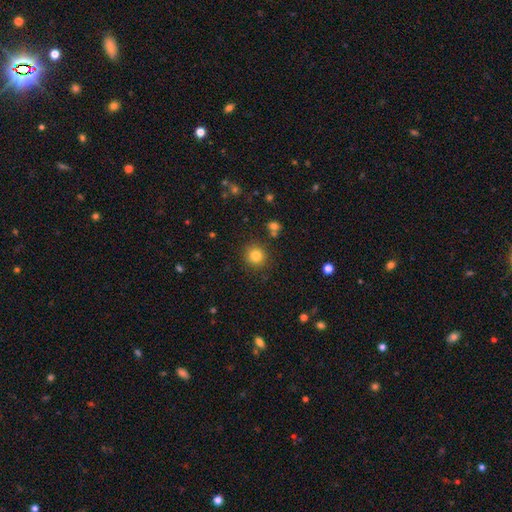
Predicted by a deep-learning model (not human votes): The model was most divided on "smooth or featured": smooth: 81%, star or artifact: 12%, featured or disk: 7%. More confident: how rounded — round (93%); merging — none (88%).